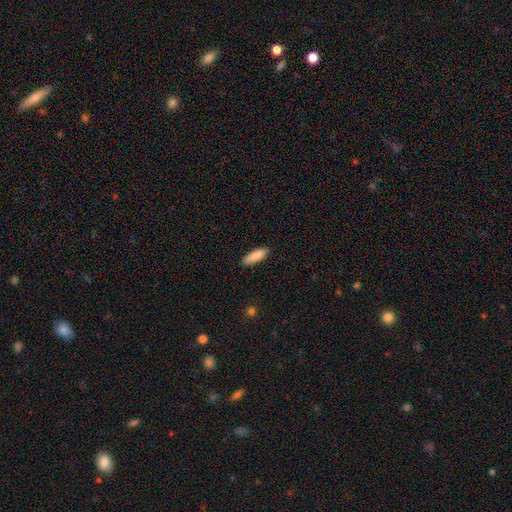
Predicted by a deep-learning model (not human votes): This appears to be a smooth galaxy with no disk features (89%) that is in between round and cigar-shaped (56%). Merging: none (88%).